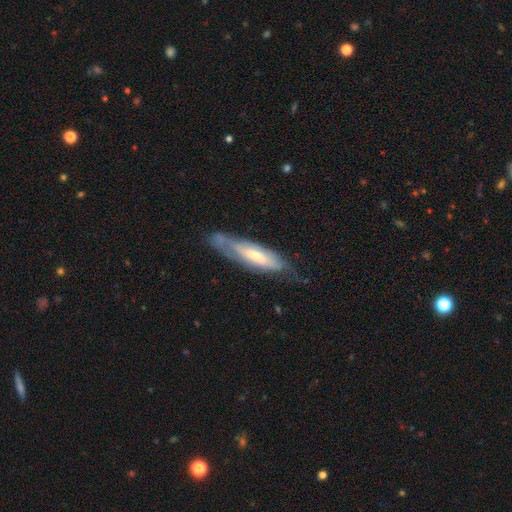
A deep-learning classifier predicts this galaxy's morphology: This appears to be a featured or disk galaxy (61%). Merging: none (58%).